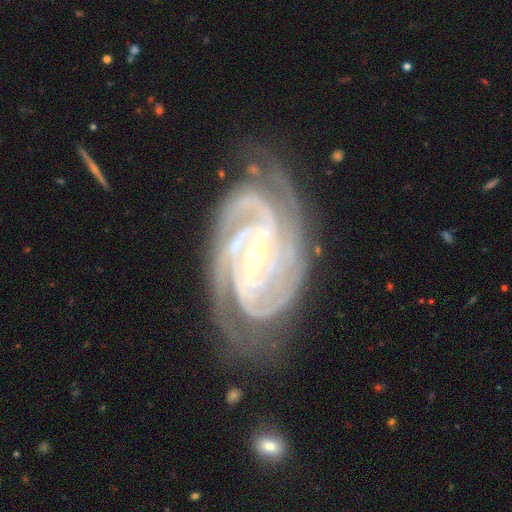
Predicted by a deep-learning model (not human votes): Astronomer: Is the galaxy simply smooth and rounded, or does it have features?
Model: featured or disk — 94%.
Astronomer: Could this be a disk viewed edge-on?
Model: no — 97%.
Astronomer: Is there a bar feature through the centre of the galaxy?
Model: strong — 59%.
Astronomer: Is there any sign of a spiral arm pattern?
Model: yes — 99%.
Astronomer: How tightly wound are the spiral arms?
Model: tight — 71%.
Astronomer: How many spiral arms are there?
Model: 3 — 36% (runner-up: 2, 23%).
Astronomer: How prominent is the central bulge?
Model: small — 58% (runner-up: moderate, 38%).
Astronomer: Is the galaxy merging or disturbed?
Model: none — 76%.